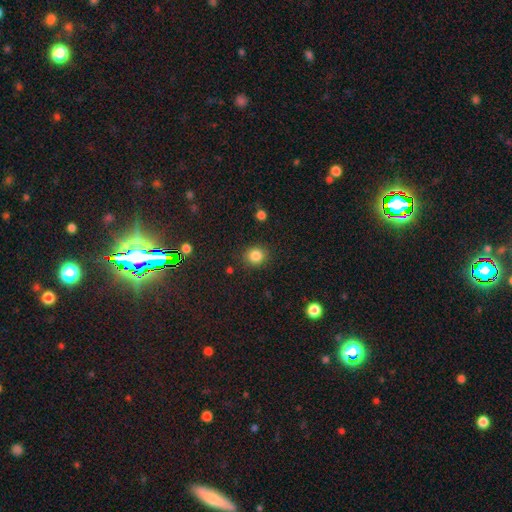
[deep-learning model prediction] smooth 85%, star or artifact 11%, featured or disk 4%. Down the decision tree: how rounded — round (85%); merging — none (88%).